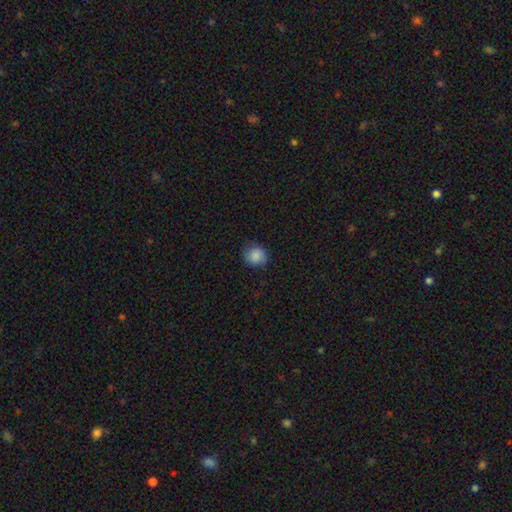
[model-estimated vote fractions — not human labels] Morphology: type=smooth (87%); roundness=round (83%); merging=none (81%).